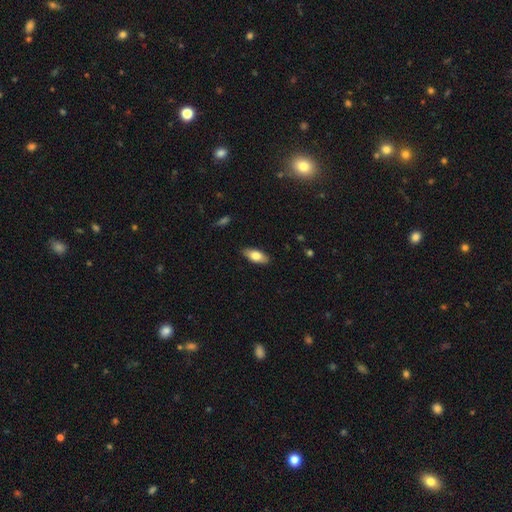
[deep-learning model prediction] This is likely a smooth galaxy (77%). How rounded: clearly in between (85%). Merging: clearly none (87%).